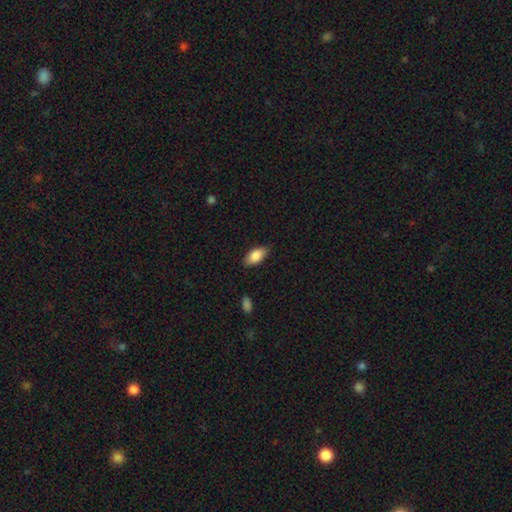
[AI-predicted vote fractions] Smooth or featured?
  - smooth: 86% *
  - featured or disk: 8%
  - star or artifact: 7%
How rounded?
  - in between: 92% *
  - cigar-shaped: 5%
  - round: 3%
Merging?
  - none: 84% *
  - minor disturbance: 13%
  - major disturbance: 2%
  - merger: 1%